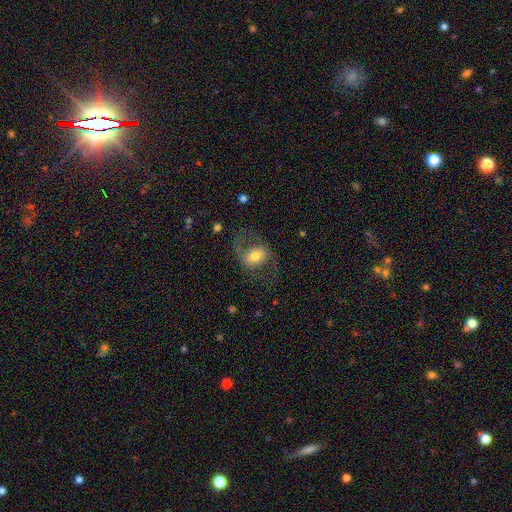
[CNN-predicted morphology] type=featured or disk (55%); edge-on=no (95%); bar=weak (39%); spiral arms=yes (68%); bulge=moderate (62%); merging=none (59%).